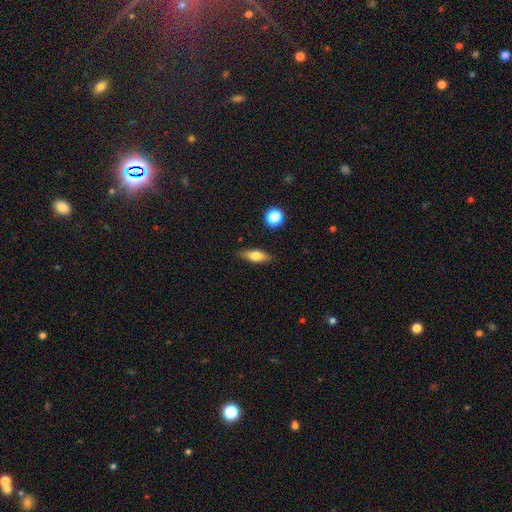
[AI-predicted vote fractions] smooth 66%, featured or disk 26%, star or artifact 8%. Down the decision tree: how rounded — in between (58%); merging — none (85%).